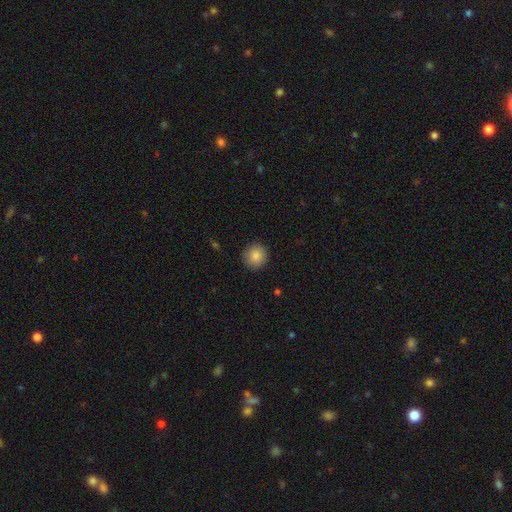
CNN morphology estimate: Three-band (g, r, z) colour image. It shows a smooth galaxy with no disk features (87%) that is round (92%). Merging: none (90%).